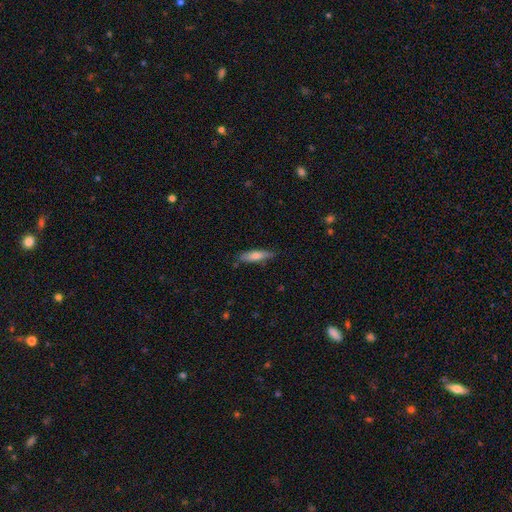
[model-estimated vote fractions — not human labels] Q: Smooth or featured?
A: smooth (68%); runner-up: featured or disk (26%)
Q: How rounded?
A: cigar-shaped (73%); runner-up: in between (25%)
Q: Merging?
A: none (81%); runner-up: minor disturbance (15%)